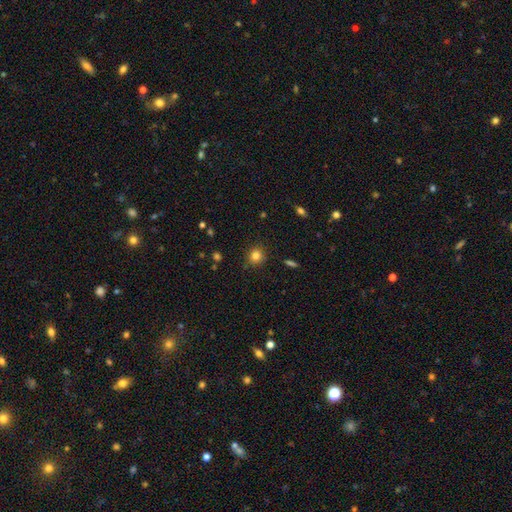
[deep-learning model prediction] Smooth or featured?
  - smooth: 82% *
  - star or artifact: 13%
  - featured or disk: 6%
How rounded?
  - round: 88% *
  - in between: 11%
  - cigar-shaped: 1%
Merging?
  - none: 87% *
  - minor disturbance: 9%
  - major disturbance: 2%
  - merger: 2%